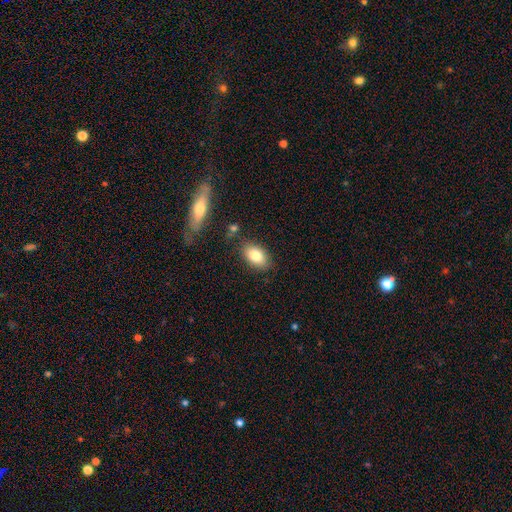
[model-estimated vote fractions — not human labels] Q: Smooth or featured?
A: smooth (81%); runner-up: featured or disk (11%)
Q: How rounded?
A: in between (90%); runner-up: round (8%)
Q: Merging?
A: none (82%); runner-up: minor disturbance (12%)